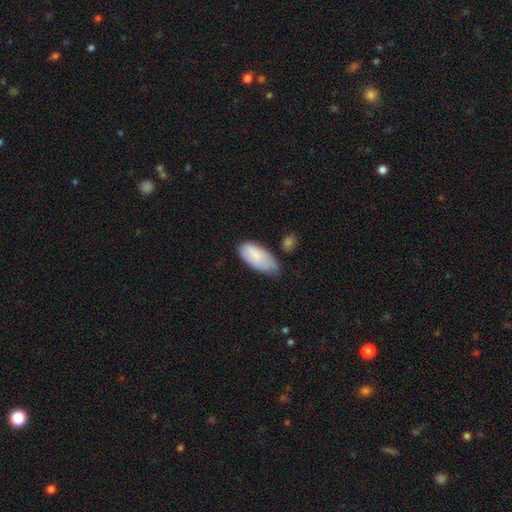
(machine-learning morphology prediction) A smooth galaxy with no disk features (84%) that is in between round and cigar-shaped (93%). Merging: minor disturbance (43%).